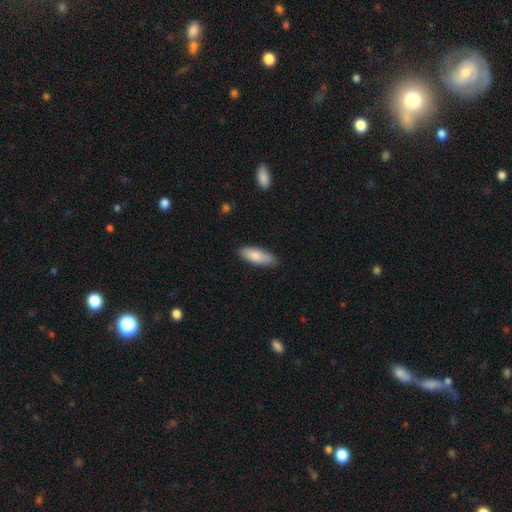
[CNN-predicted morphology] This is clearly a smooth galaxy (84%). How rounded: likely in between (69%). Merging: clearly none (81%).